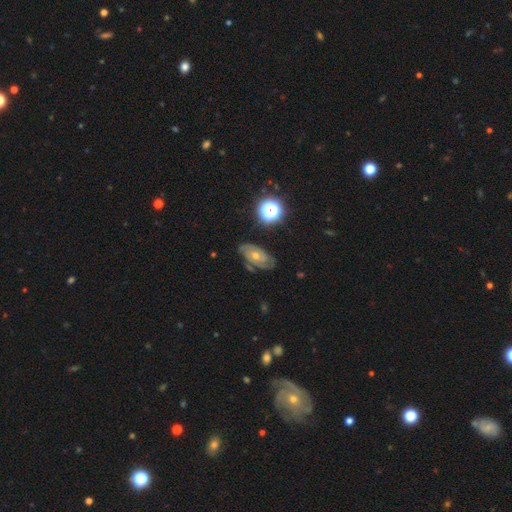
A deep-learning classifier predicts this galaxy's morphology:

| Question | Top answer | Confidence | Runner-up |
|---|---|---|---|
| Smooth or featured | featured or disk | 73% | star or artifact (14%) |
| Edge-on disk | no | 95% | yes (5%) |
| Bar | no | 74% | weak (21%) |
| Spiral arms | yes | 92% | no (8%) |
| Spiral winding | tight | 65% | medium (28%) |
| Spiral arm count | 2 | 41% | can't tell (29%) |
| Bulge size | moderate | 52% | small (44%) |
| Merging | none | 75% | minor disturbance (17%) |